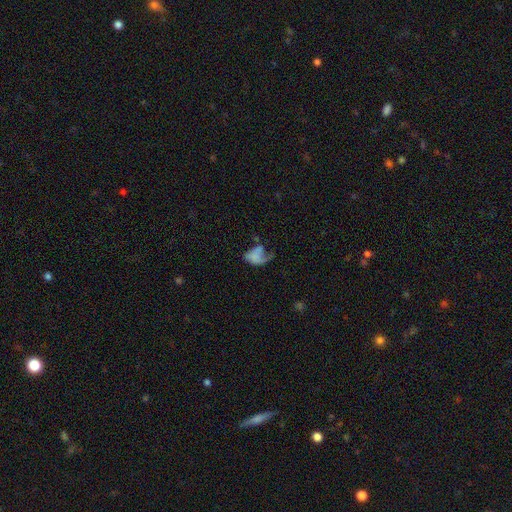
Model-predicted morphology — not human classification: smooth-or-featured: smooth: 52% | featured or disk: 36% | star or artifact: 12%
  how-rounded: in between: 83% | round: 15% | cigar-shaped: 2%
  merging: major disturbance: 49% | none: 21% | minor disturbance: 20% | merger: 10%